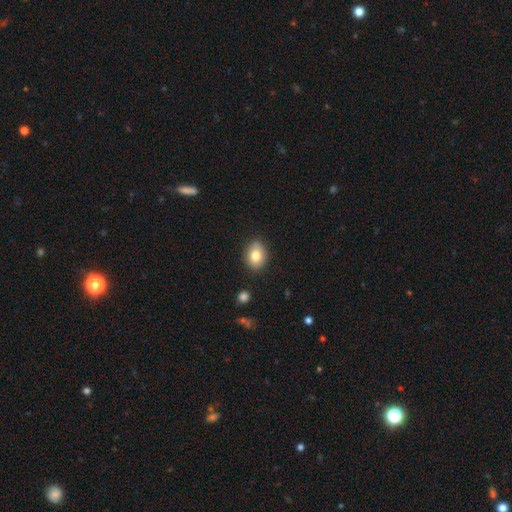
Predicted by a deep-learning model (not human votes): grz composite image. It shows a smooth galaxy with no disk features (80%) that is in between round and cigar-shaped (52%). Merging: none (81%).